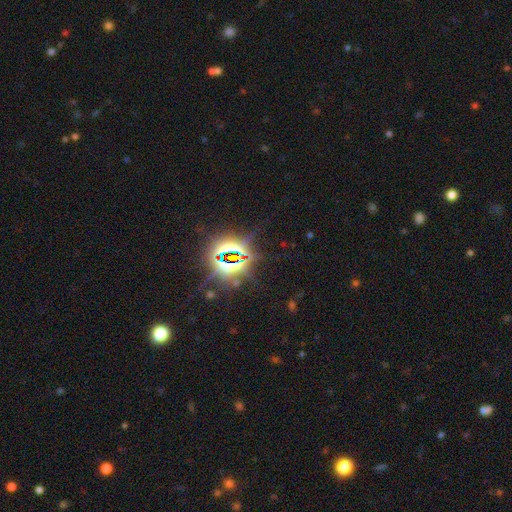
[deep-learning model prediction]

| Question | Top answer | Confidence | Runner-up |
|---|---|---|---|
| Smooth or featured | star or artifact | 85% | smooth (9%) |